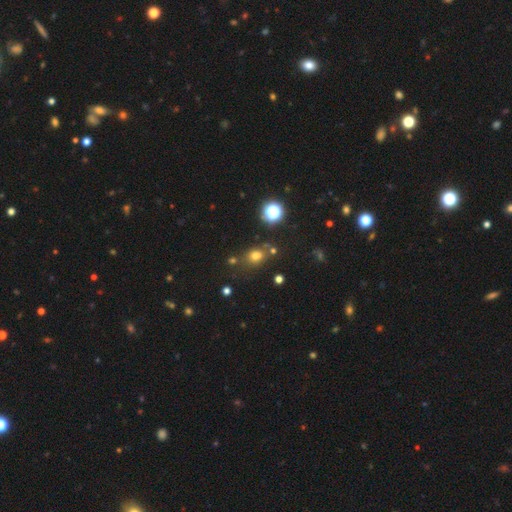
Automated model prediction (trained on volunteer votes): smooth 68%, star or artifact 23%, featured or disk 9%. Down the decision tree: how rounded — round (58%); merging — none (67%).